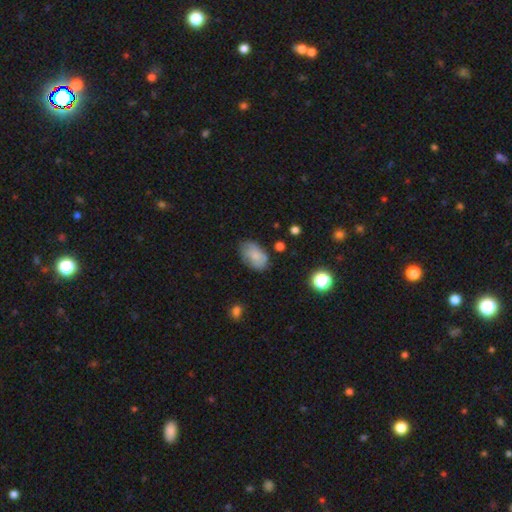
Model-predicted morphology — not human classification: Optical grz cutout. It shows a smooth galaxy with no disk features (68%) that is in between round and cigar-shaped (88%). Merging: none (64%).